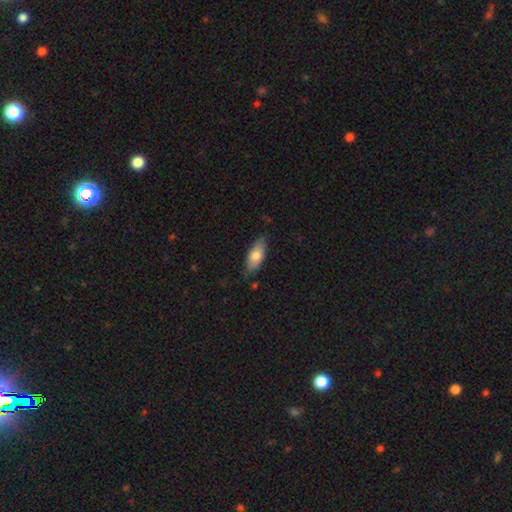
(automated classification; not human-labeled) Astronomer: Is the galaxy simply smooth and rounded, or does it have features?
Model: smooth — 75%.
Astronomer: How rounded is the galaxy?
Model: in between — 83%.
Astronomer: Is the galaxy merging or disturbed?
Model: none — 79%.